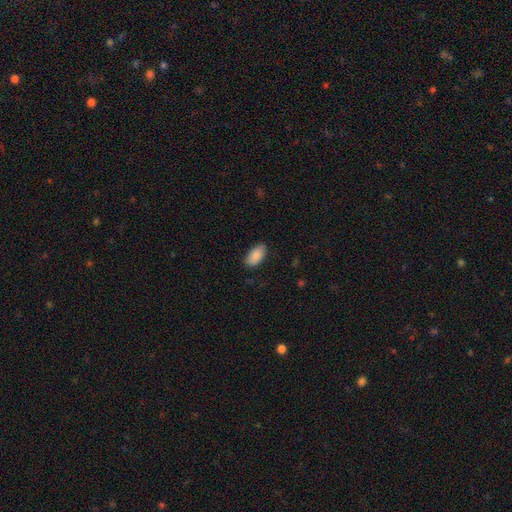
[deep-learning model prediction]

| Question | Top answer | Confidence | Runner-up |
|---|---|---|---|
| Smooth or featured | smooth | 89% | star or artifact (7%) |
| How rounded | in between | 94% | cigar-shaped (3%) |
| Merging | none | 82% | minor disturbance (15%) |